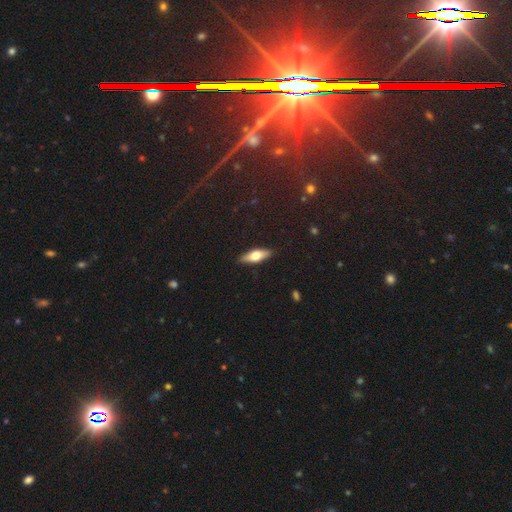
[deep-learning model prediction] Smooth or featured?
  - smooth: 58% *
  - featured or disk: 36%
  - star or artifact: 6%
How rounded?
  - in between: 54% *
  - cigar-shaped: 43%
  - round: 3%
Merging?
  - none: 88% *
  - minor disturbance: 9%
  - major disturbance: 2%
  - merger: 1%